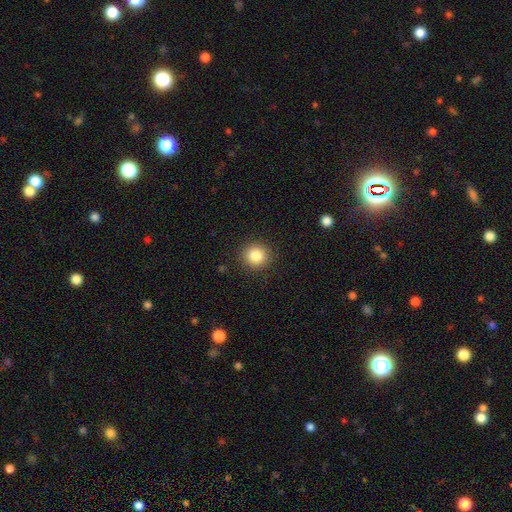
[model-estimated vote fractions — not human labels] Smooth or featured? smooth (85%)
How rounded? round (91%)
Merging? none (90%)